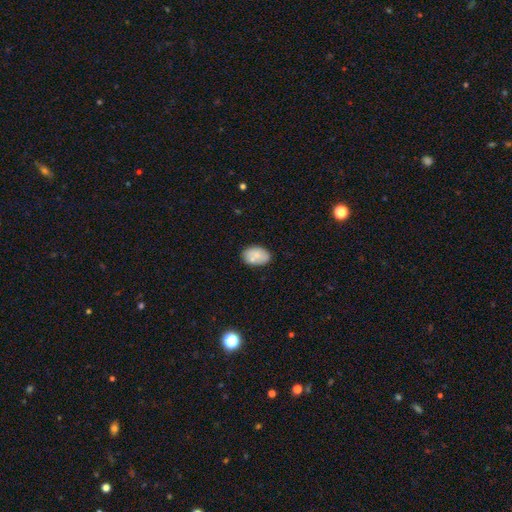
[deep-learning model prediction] Smooth or featured? Predicted: smooth (p=0.72). How rounded? Predicted: in between (p=0.88). Merging? Predicted: none (p=0.70).